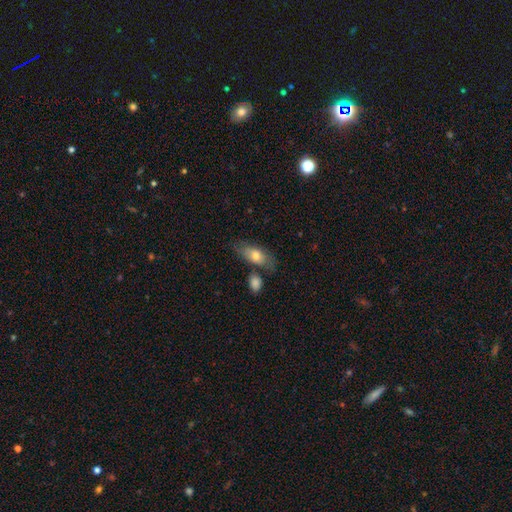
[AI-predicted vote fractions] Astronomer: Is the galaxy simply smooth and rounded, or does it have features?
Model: smooth — 69%.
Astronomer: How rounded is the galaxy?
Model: in between — 79%.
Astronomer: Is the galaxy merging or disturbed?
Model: none — 63%.